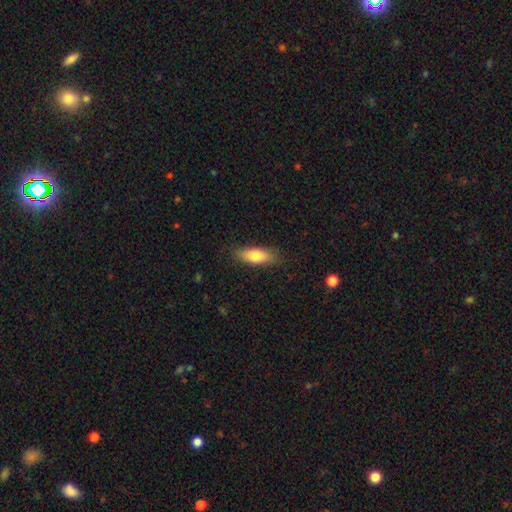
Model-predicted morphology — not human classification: Smooth or featured? Predicted: smooth (p=0.75). How rounded? Predicted: in between (p=0.62). Merging? Predicted: none (p=0.85).